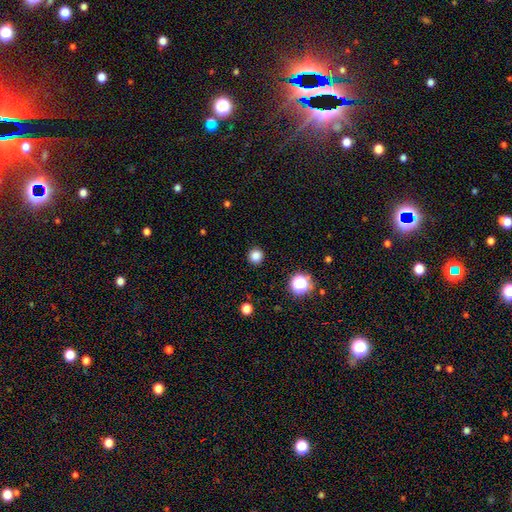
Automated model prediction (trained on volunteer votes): smooth_or_featured: smooth (p=0.82) [alt: star or artifact p=0.14]
how_rounded: round (p=0.95) [alt: in between p=0.04]
merging: none (p=0.93) [alt: minor disturbance p=0.05]